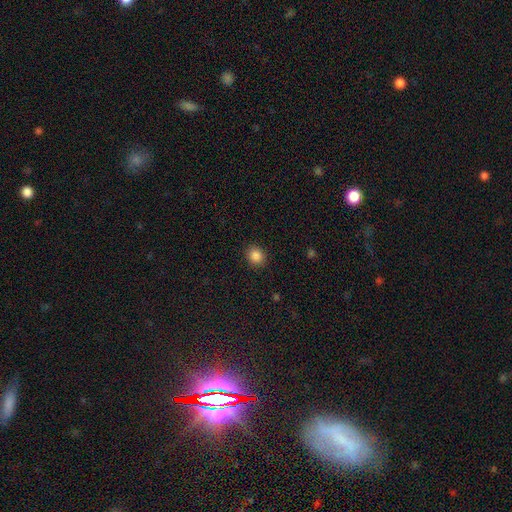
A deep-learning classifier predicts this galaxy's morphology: smooth_or_featured: smooth (p=0.86) [alt: star or artifact p=0.10]
how_rounded: round (p=0.76) [alt: in between p=0.23]
merging: none (p=0.90) [alt: minor disturbance p=0.07]